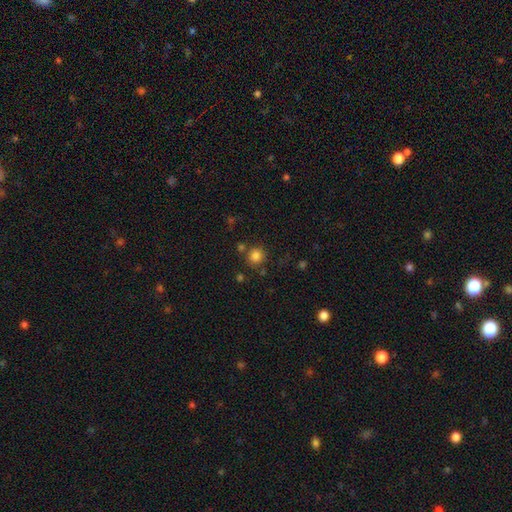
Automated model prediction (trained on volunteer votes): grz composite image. It shows a smooth galaxy with no disk features (82%) that is round (91%). Merging: none (79%).